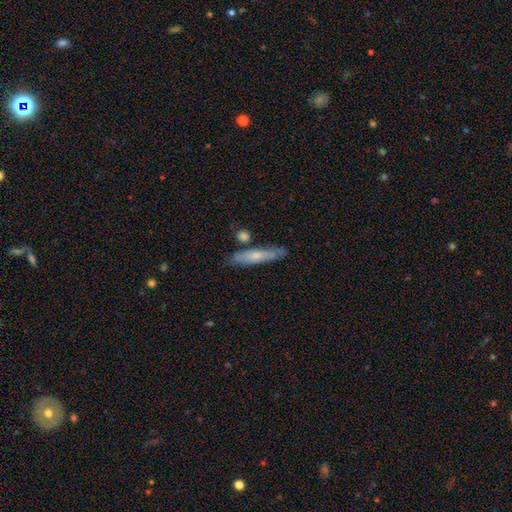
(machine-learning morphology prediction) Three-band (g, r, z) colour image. It shows a smooth galaxy with no disk features (58%) that is cigar-shaped (87%). Merging: none (75%).